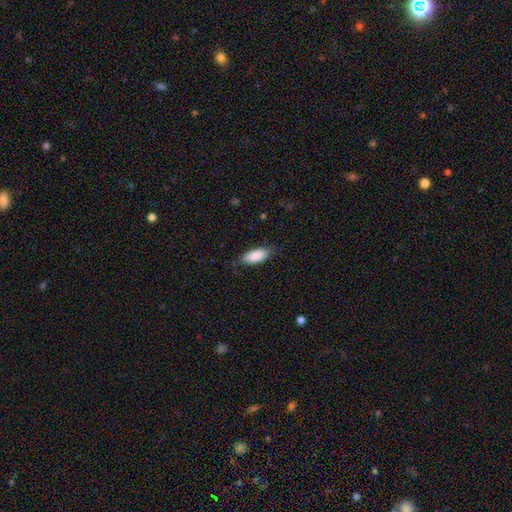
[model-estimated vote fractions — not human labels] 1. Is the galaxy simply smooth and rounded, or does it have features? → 88% smooth, 6% featured or disk, 6% star or artifact.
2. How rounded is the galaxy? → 86% in between, 12% cigar-shaped, 2% round.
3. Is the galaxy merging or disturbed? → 79% none, 17% minor disturbance, 3% major disturbance, 1% merger.